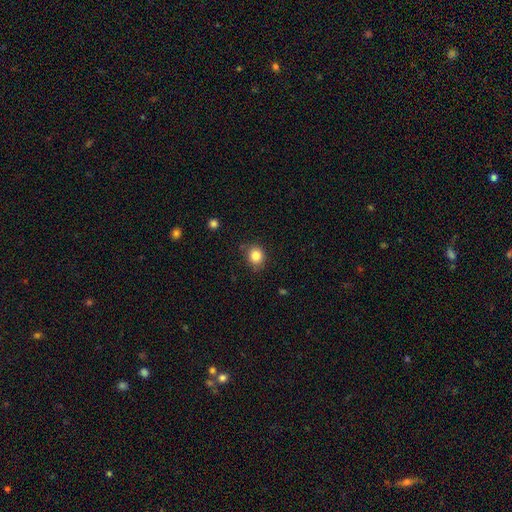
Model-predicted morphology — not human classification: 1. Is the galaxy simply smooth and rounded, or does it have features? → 83% smooth, 11% star or artifact, 6% featured or disk.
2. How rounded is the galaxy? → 72% round, 27% in between, 1% cigar-shaped.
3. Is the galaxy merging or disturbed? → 78% none, 16% minor disturbance, 3% major disturbance, 2% merger.